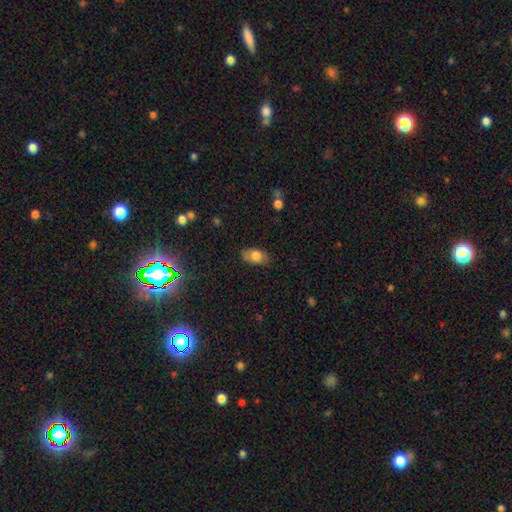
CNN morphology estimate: smooth 78%, featured or disk 14%, star or artifact 8%. Down the decision tree: how rounded — in between (91%); merging — none (81%).